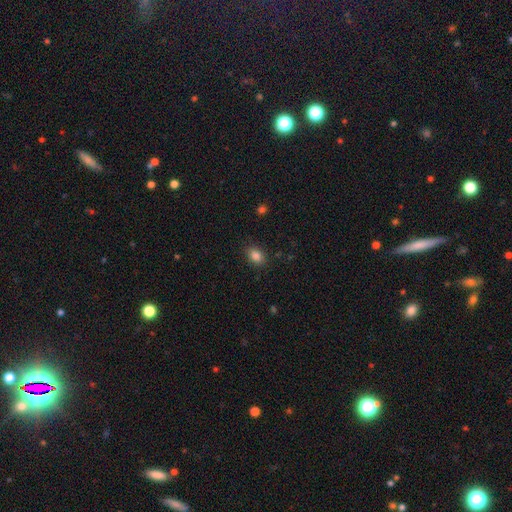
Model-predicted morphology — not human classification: This appears to be a smooth galaxy with no disk features (86%) that is in between round and cigar-shaped (74%). Merging: none (86%).